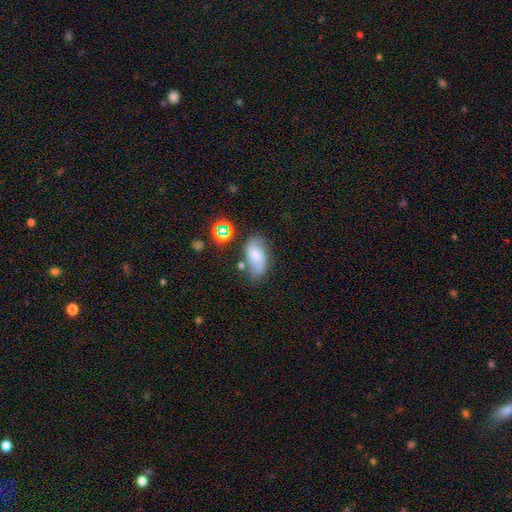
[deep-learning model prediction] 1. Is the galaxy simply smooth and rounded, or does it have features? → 60% smooth, 28% featured or disk, 13% star or artifact.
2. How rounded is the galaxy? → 90% in between, 6% round, 5% cigar-shaped.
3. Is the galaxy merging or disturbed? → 58% none, 26% minor disturbance, 9% major disturbance, 7% merger.